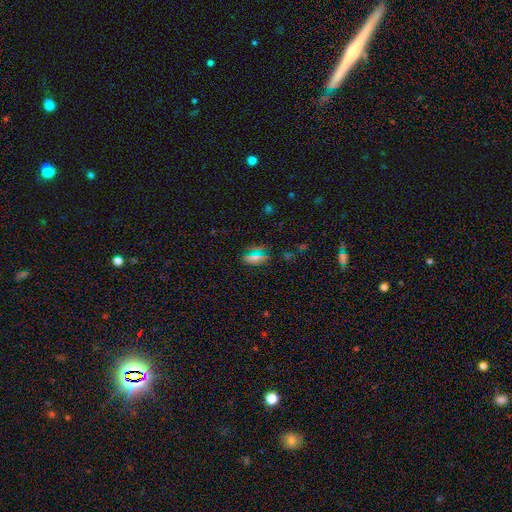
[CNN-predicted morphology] A smooth galaxy with no disk features (60%) that is in between round and cigar-shaped (68%). Merging: none (77%).